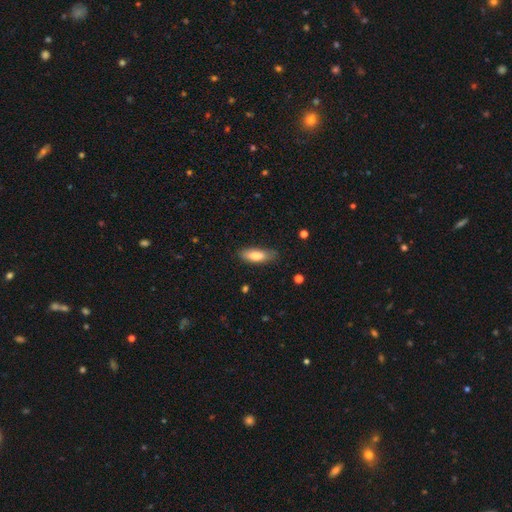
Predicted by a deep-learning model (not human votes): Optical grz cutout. It shows a smooth galaxy with no disk features (78%) that is in between round and cigar-shaped (67%). Merging: none (76%).